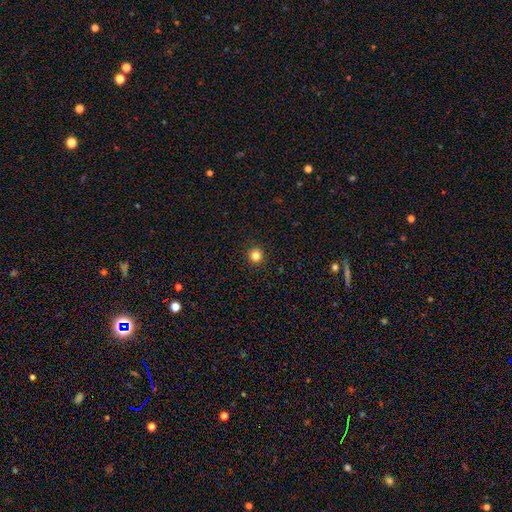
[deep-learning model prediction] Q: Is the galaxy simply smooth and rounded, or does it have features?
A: smooth — 84%.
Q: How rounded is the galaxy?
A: round — 95%.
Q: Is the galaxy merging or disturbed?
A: none — 93%.